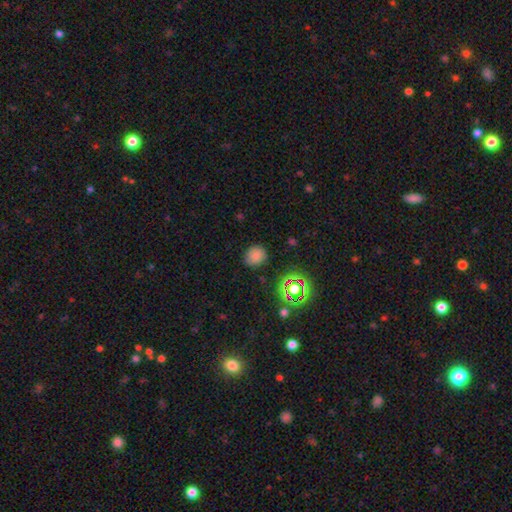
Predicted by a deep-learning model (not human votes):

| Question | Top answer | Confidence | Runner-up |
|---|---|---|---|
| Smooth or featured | smooth | 75% | star or artifact (18%) |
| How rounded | round | 72% | in between (27%) |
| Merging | none | 83% | minor disturbance (12%) |